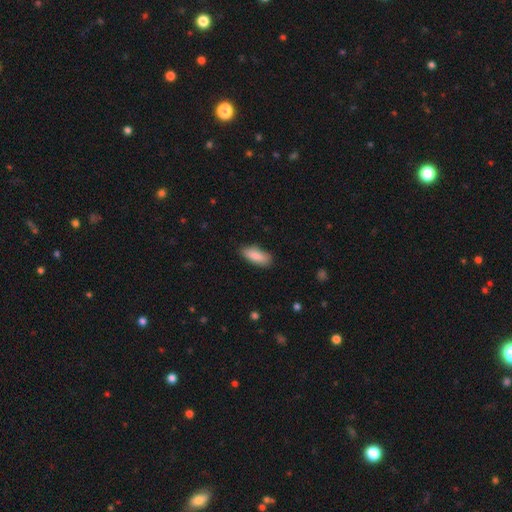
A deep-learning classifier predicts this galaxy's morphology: A smooth galaxy with no disk features (87%) that is in between round and cigar-shaped (72%).

Vote fractions:
- Smooth or featured? smooth: 87% / featured or disk: 7% / star or artifact: 6%
- How rounded? in between: 72% / cigar-shaped: 26% / round: 2%
- Merging? none: 84% / minor disturbance: 13% / major disturbance: 2% / merger: 1%